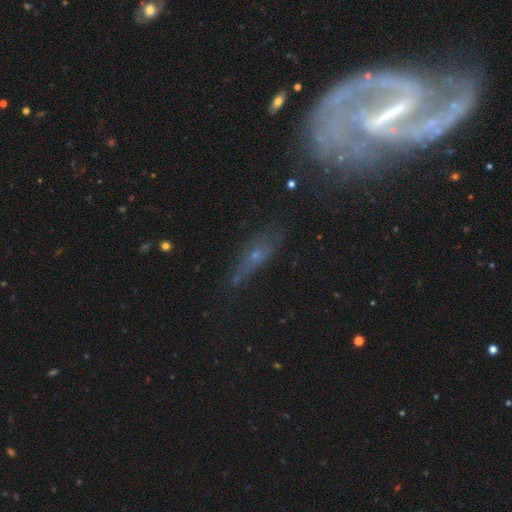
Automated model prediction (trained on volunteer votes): Q: Smooth or featured?
A: smooth (40%); runner-up: featured or disk (36%)
Q: Merging?
A: none (63%); runner-up: minor disturbance (21%)